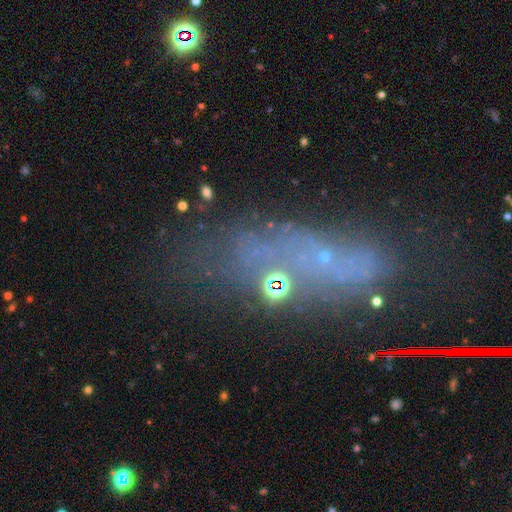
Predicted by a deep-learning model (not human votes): Smooth or featured?
  - featured or disk: 37% *
  - star or artifact: 34%
  - smooth: 28%
Merging?
  - none: 48% *
  - minor disturbance: 20%
  - major disturbance: 20%
  - merger: 12%